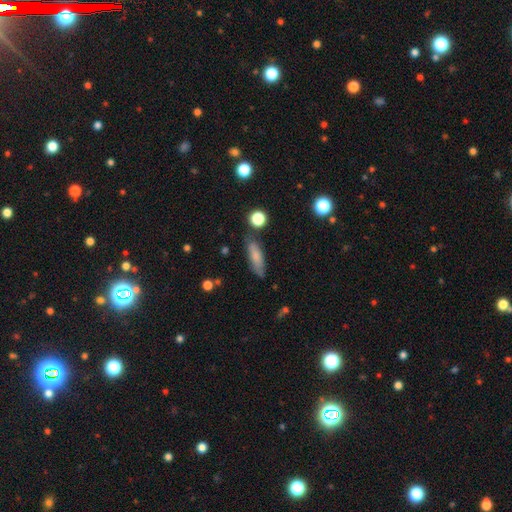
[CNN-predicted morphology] Smooth or featured?
  - smooth: 76% *
  - featured or disk: 16%
  - star or artifact: 8%
How rounded?
  - cigar-shaped: 50% *
  - in between: 47%
  - round: 3%
Merging?
  - none: 74% *
  - minor disturbance: 18%
  - major disturbance: 4%
  - merger: 4%